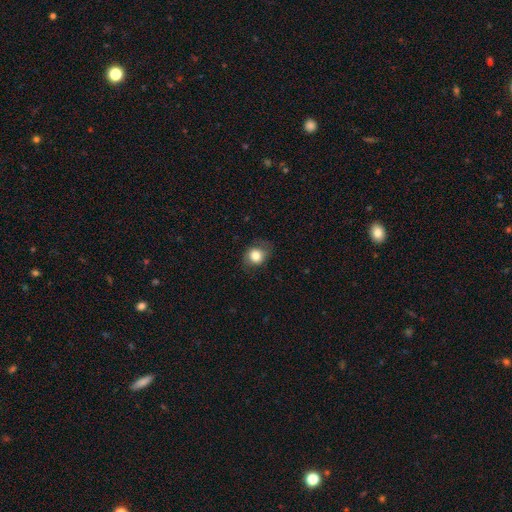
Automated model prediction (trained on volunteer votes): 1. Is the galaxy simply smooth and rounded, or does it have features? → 79% smooth, 12% featured or disk, 9% star or artifact.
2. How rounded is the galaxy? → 64% round, 35% in between, 1% cigar-shaped.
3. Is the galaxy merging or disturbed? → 71% none, 20% minor disturbance, 8% major disturbance, 1% merger.